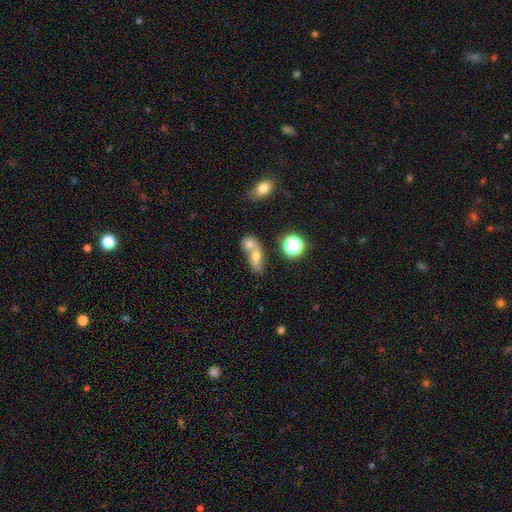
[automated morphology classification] This is likely a smooth galaxy (63%). How rounded: likely in between (62%). Merging: likely merger (63%).